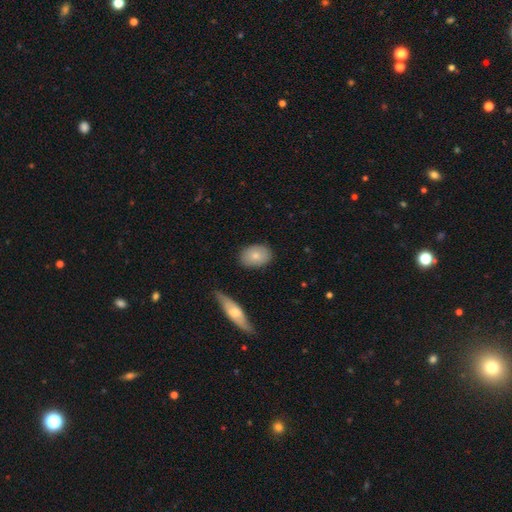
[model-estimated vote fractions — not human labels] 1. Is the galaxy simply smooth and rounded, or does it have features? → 79% smooth, 15% featured or disk, 7% star or artifact.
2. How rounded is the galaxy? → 78% in between, 20% round, 2% cigar-shaped.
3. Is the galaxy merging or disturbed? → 83% none, 12% minor disturbance, 3% major disturbance, 2% merger.